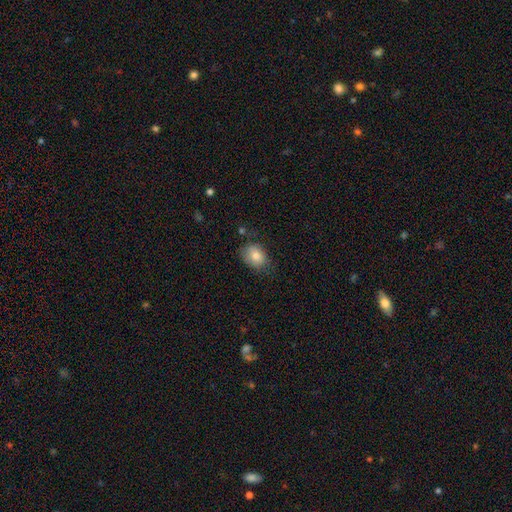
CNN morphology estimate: Q: Smooth or featured?
A: smooth (81%); runner-up: featured or disk (11%)
Q: How rounded?
A: in between (70%); runner-up: round (29%)
Q: Merging?
A: none (67%); runner-up: minor disturbance (25%)